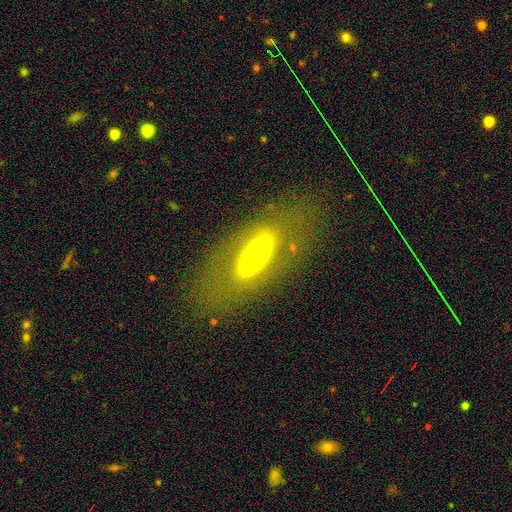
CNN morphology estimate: type=featured or disk (52%); edge-on=no (80%); merging=none (72%).